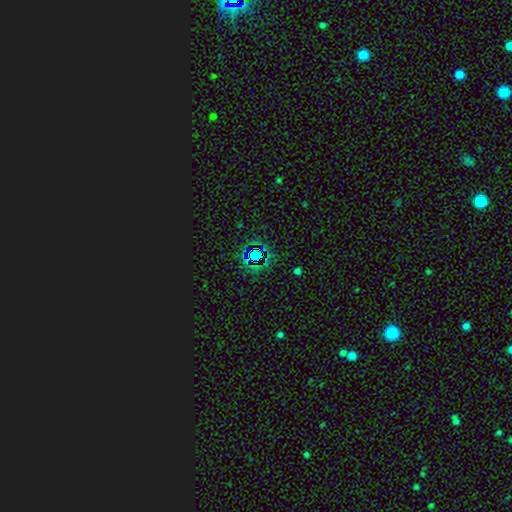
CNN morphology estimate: Q: Smooth or featured?
A: star or artifact (67%); runner-up: smooth (17%)